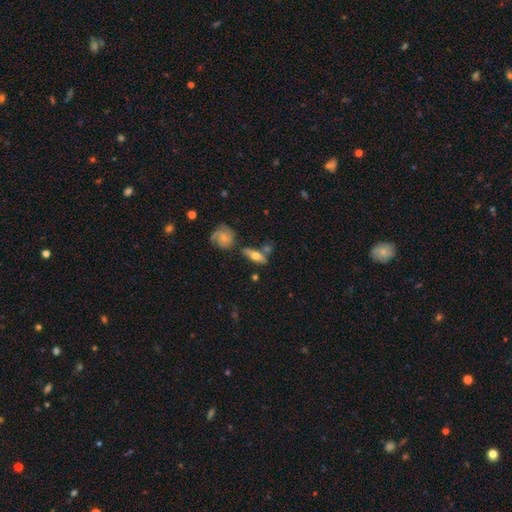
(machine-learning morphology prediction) smooth_or_featured: featured or disk (p=0.47) [alt: smooth p=0.46]
merging: none (p=0.65) [alt: minor disturbance p=0.16]